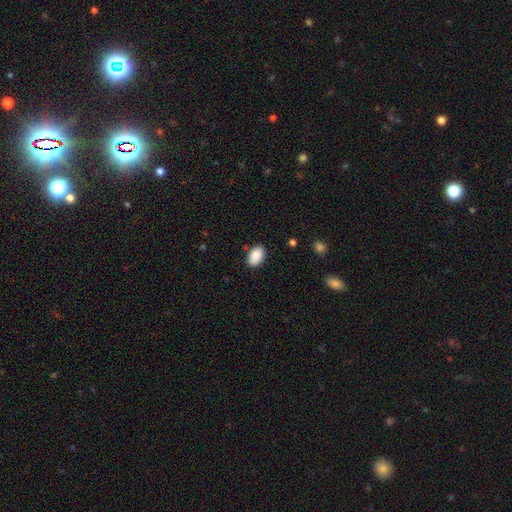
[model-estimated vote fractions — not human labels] The model was most divided on "merging": none: 84%, minor disturbance: 12%, major disturbance: 2%, merger: 2%. More confident: how rounded — in between (93%); smooth or featured — smooth (89%).